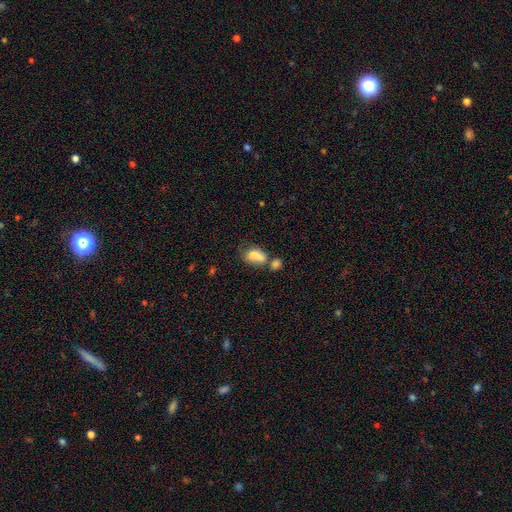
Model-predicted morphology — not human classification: The model was most divided on "merging": merger: 58%, none: 20%, minor disturbance: 12%, major disturbance: 9%. More confident: how rounded — in between (76%); smooth or featured — smooth (73%).